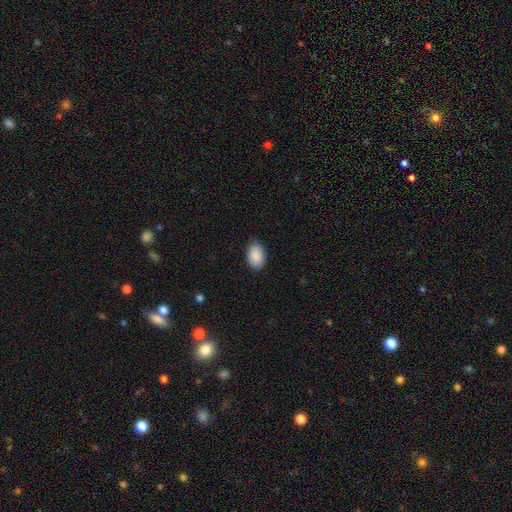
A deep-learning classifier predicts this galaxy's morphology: Smooth or featured? smooth (91%)
How rounded? in between (91%)
Merging? none (86%)